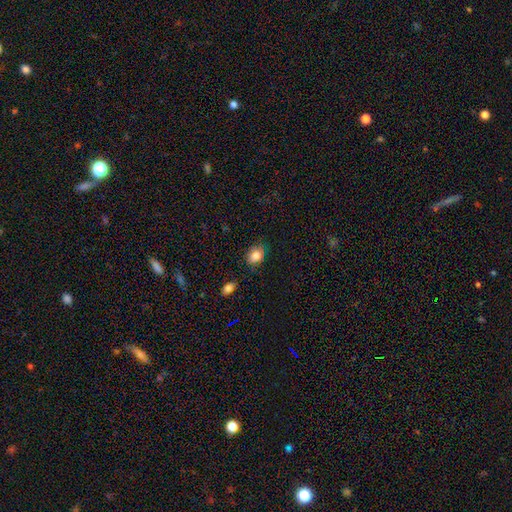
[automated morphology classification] Q: Smooth or featured?
A: smooth (85%); runner-up: star or artifact (9%)
Q: How rounded?
A: in between (64%); runner-up: round (35%)
Q: Merging?
A: none (76%); runner-up: minor disturbance (18%)